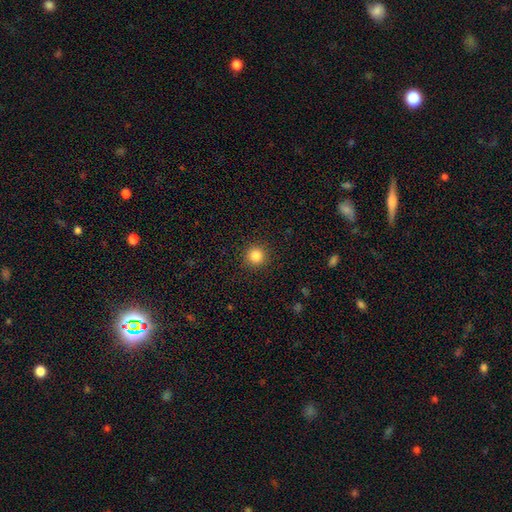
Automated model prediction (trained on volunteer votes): Smooth or featured: smooth — 84% (star or artifact — 11%)
How rounded: round — 95% (in between — 4%)
Merging: none — 92% (minor disturbance — 5%)